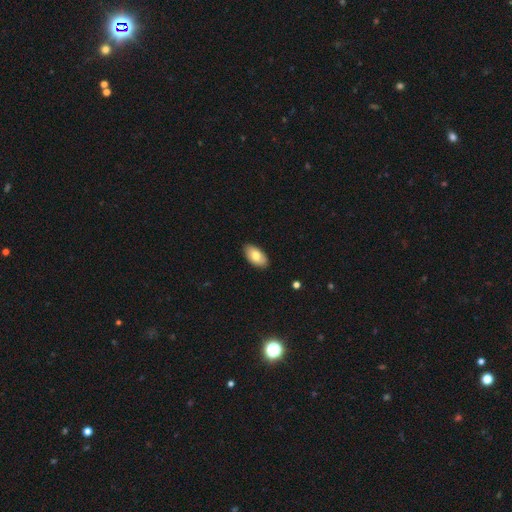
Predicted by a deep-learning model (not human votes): Smooth or featured? smooth (77%)
How rounded? in between (95%)
Merging? none (89%)